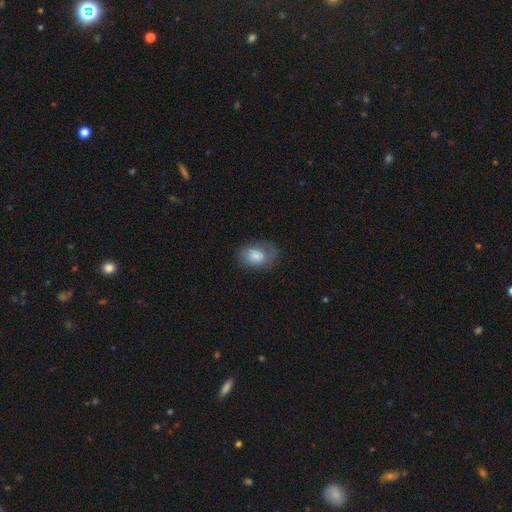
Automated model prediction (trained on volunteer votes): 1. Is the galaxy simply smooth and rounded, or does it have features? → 77% smooth, 15% featured or disk, 8% star or artifact.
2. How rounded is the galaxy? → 76% in between, 23% round, 1% cigar-shaped.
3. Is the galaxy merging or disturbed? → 69% none, 21% minor disturbance, 8% major disturbance, 1% merger.